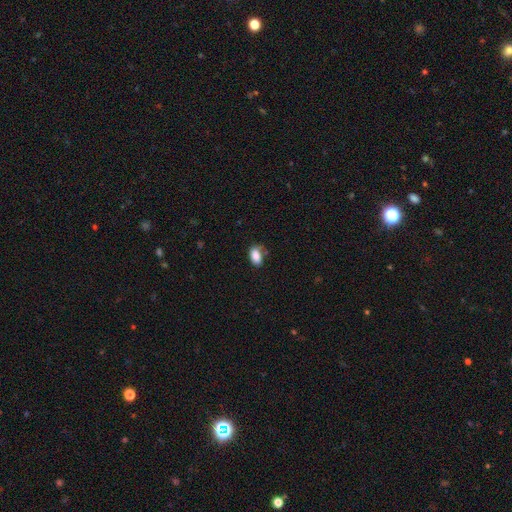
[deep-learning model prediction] Smooth or featured? smooth (87%)
How rounded? in between (92%)
Merging? none (69%)